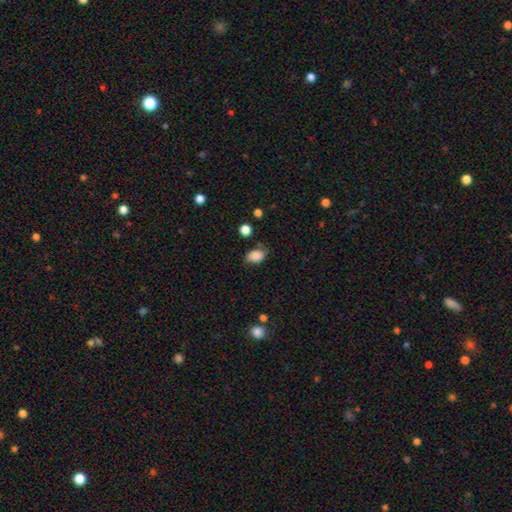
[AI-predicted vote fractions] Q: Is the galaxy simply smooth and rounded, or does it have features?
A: smooth — 84%.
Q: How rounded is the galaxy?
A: in between — 76%.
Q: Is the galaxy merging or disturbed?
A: none — 63%.